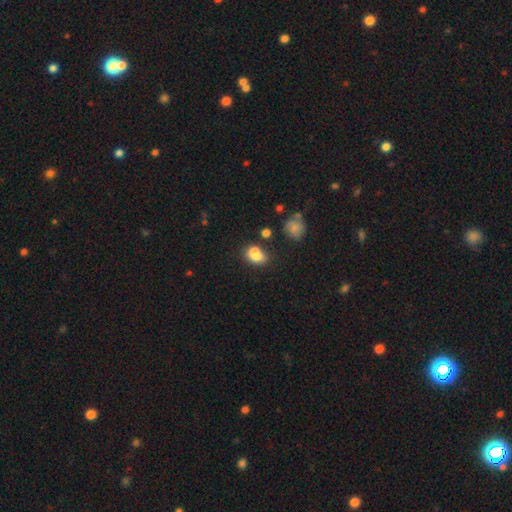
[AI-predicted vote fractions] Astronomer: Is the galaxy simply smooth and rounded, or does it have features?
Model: smooth — 74%.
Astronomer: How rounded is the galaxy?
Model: in between — 64%.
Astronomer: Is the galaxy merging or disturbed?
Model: merger — 43% (runner-up: none, 36%).